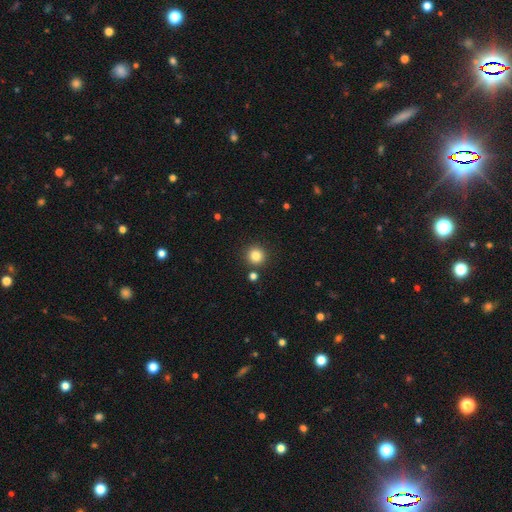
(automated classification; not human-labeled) smooth 83%, star or artifact 12%, featured or disk 5%. Down the decision tree: how rounded — round (94%); merging — none (88%).